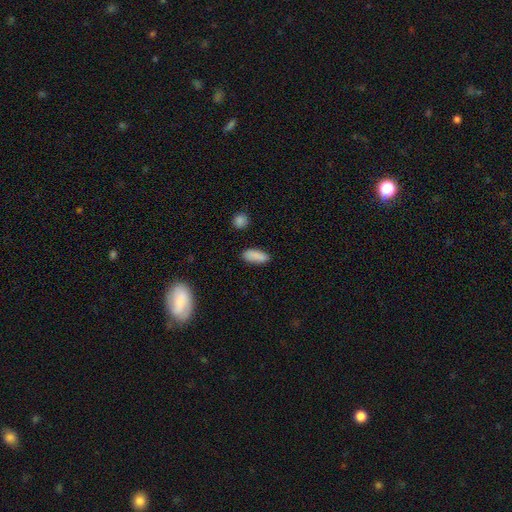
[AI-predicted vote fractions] A smooth galaxy with no disk features (87%) that is in between round and cigar-shaped (82%). Merging: none (82%).